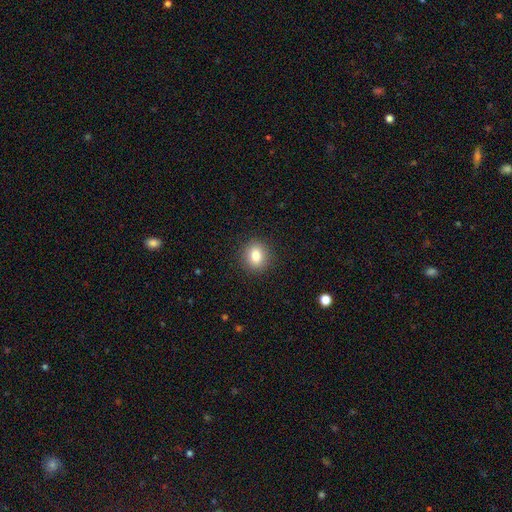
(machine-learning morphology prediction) smooth_or_featured: smooth (p=0.82) [alt: star or artifact p=0.10]
how_rounded: round (p=0.73) [alt: in between p=0.26]
merging: none (p=0.90) [alt: minor disturbance p=0.07]